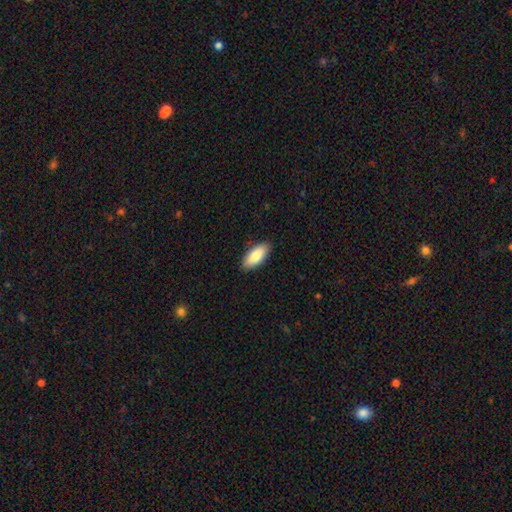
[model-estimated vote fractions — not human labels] Smooth or featured?
  - smooth: 85% *
  - featured or disk: 9%
  - star or artifact: 5%
How rounded?
  - in between: 88% *
  - cigar-shaped: 10%
  - round: 2%
Merging?
  - none: 88% *
  - minor disturbance: 9%
  - major disturbance: 2%
  - merger: 1%